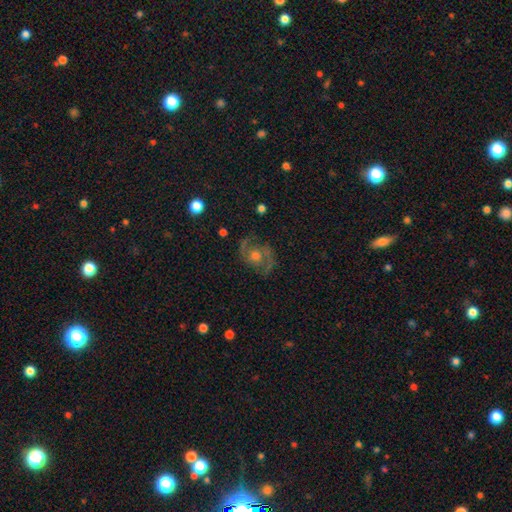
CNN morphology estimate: smooth_or_featured: featured or disk (p=0.75) [alt: smooth p=0.14]
disk_edge_on: no (p=0.97) [alt: yes p=0.03]
bar: no (p=0.74) [alt: weak p=0.22]
has_spiral_arms: yes (p=0.90) [alt: no p=0.10]
spiral_winding: medium (p=0.54) [alt: tight p=0.25]
spiral_arm_count: 2 (p=0.85) [alt: can't tell p=0.07]
bulge_size: moderate (p=0.65) [alt: small p=0.23]
merging: none (p=0.76) [alt: minor disturbance p=0.14]